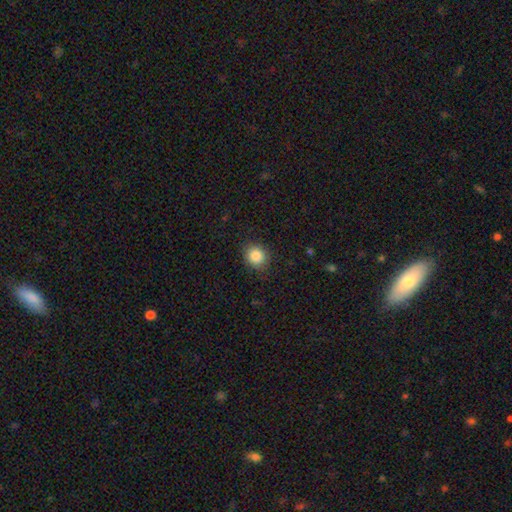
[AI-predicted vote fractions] Smooth or featured? Predicted: smooth (p=0.86). How rounded? Predicted: round (p=0.80). Merging? Predicted: none (p=0.87).